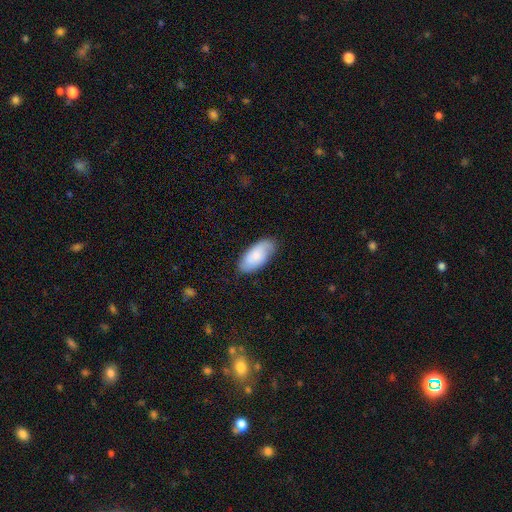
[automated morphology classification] A smooth galaxy with no disk features (72%) that is in between round and cigar-shaped (92%).

Vote fractions:
- Smooth or featured? smooth: 72% / featured or disk: 22% / star or artifact: 6%
- How rounded? in between: 92% / cigar-shaped: 6% / round: 2%
- Merging? none: 81% / minor disturbance: 15% / major disturbance: 3% / merger: 1%